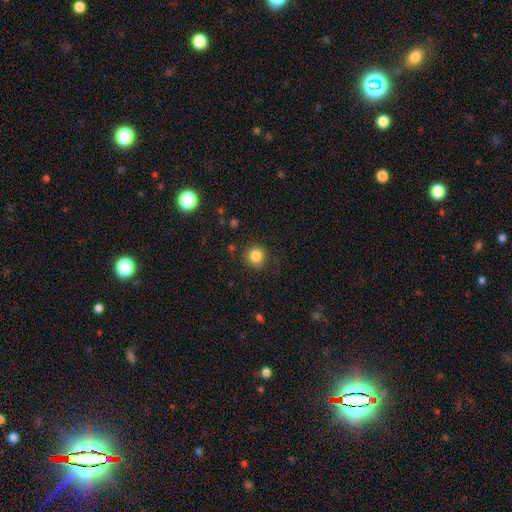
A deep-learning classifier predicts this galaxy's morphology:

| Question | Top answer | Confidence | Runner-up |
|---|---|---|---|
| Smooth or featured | smooth | 84% | star or artifact (11%) |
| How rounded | round | 92% | in between (7%) |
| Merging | none | 85% | minor disturbance (10%) |